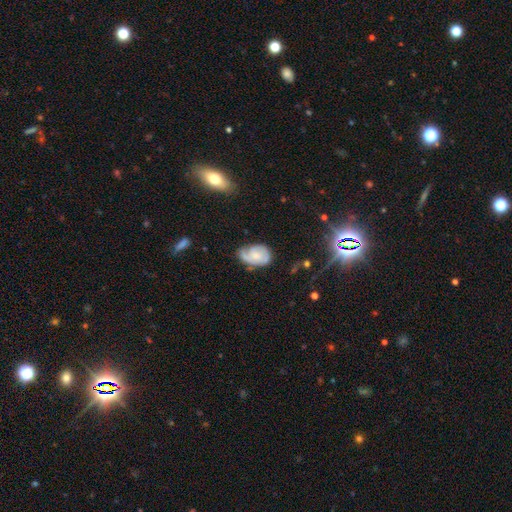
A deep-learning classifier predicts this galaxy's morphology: Smooth or featured? Predicted: featured or disk (p=0.60). Edge-on disk? Predicted: no (p=0.97). Bar? Predicted: no (p=0.69). Spiral arms? Predicted: yes (p=0.86). Bulge size? Predicted: small (p=0.40). Merging? Predicted: none (p=0.50).